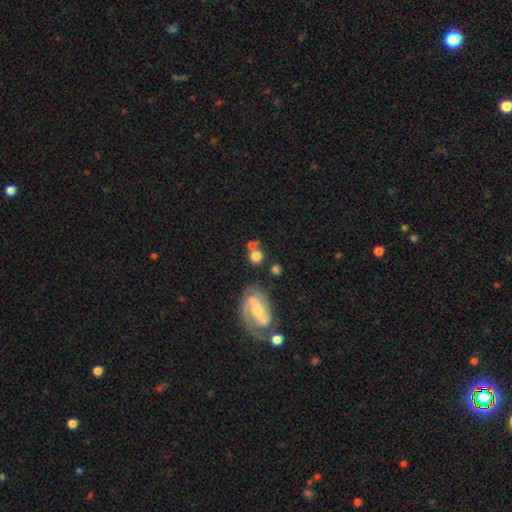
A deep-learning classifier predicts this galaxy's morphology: Smooth or featured?
  - smooth: 71% *
  - featured or disk: 20%
  - star or artifact: 9%
How rounded?
  - round: 85% *
  - in between: 13%
  - cigar-shaped: 2%
Merging?
  - none: 63% *
  - merger: 19%
  - minor disturbance: 13%
  - major disturbance: 6%